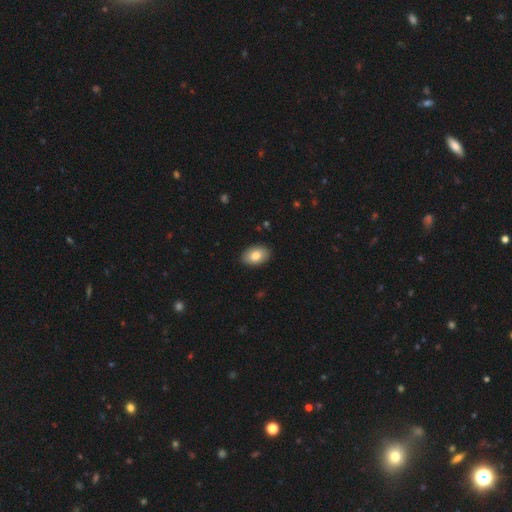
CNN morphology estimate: Smooth or featured?
  - smooth: 80% *
  - featured or disk: 12%
  - star or artifact: 7%
How rounded?
  - in between: 88% *
  - round: 11%
  - cigar-shaped: 1%
Merging?
  - none: 90% *
  - minor disturbance: 7%
  - major disturbance: 2%
  - merger: 1%